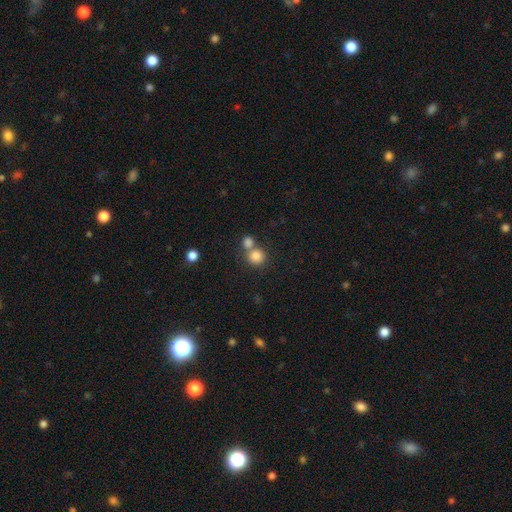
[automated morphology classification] smooth 82%, star or artifact 11%, featured or disk 7%. Down the decision tree: how rounded — round (87%); merging — none (51%).